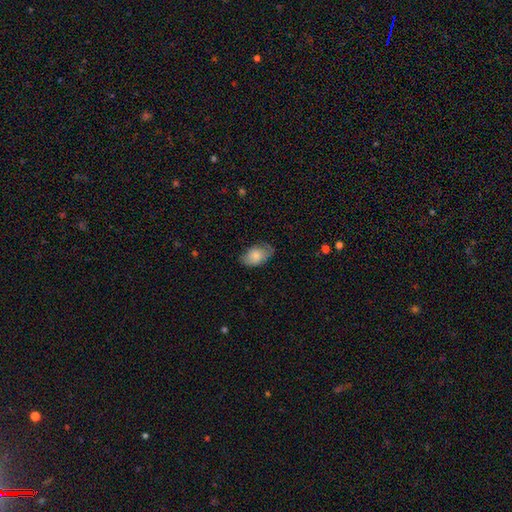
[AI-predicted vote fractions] This appears to be a smooth galaxy with no disk features (77%) that is in between round and cigar-shaped (91%). Merging: none (66%).